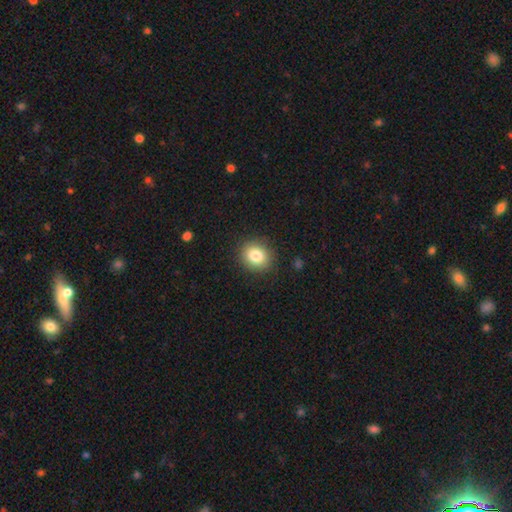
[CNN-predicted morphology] Overall: smooth (83%). How rounded: round (71%). Merging: none (89%).